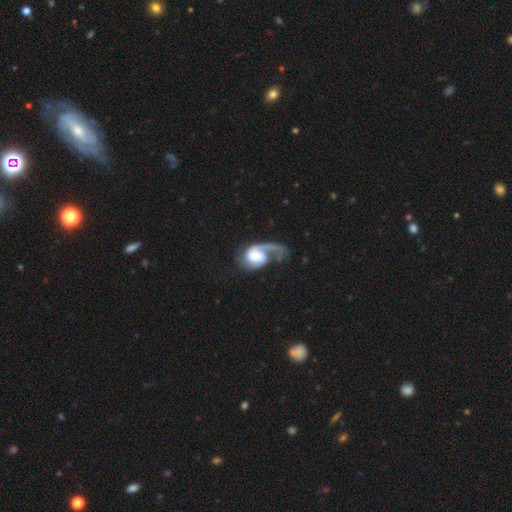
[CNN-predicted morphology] Overall: featured or disk (81%). Edge-on disk: no (98%). Bar: weak (43%; no 41%). Spiral arms: yes (95%). Spiral arm count: 1 (66%; 2 28%). Spiral winding: loose (40%; medium 39%). Bulge size: large (39%; moderate 28%). Merging: major disturbance (45%; none 33%).